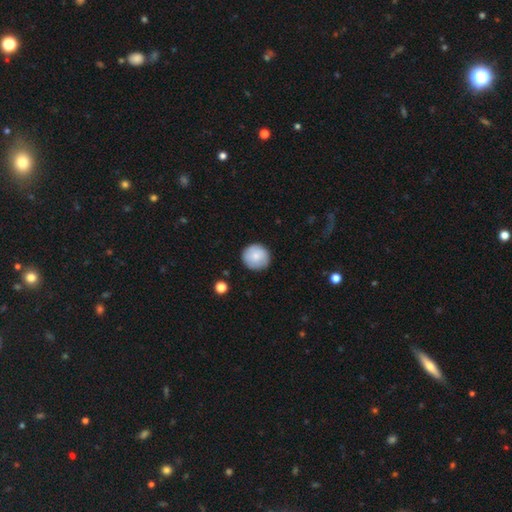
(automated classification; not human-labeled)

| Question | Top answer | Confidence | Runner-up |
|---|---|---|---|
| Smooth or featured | smooth | 79% | featured or disk (14%) |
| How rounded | round | 94% | in between (5%) |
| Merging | none | 88% | minor disturbance (9%) |